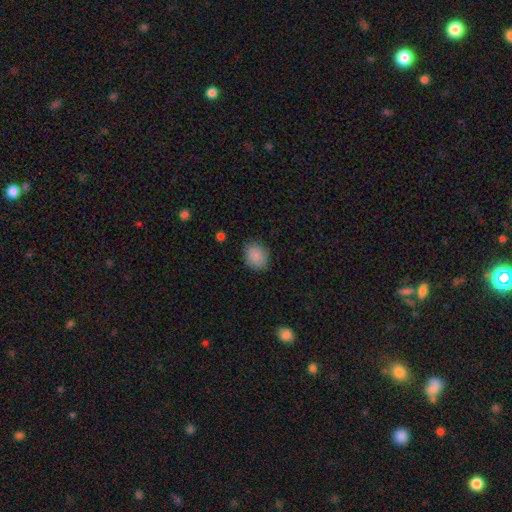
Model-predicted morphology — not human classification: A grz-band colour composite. It shows a smooth galaxy with no disk features (88%) that is round (57%). Merging: none (84%).